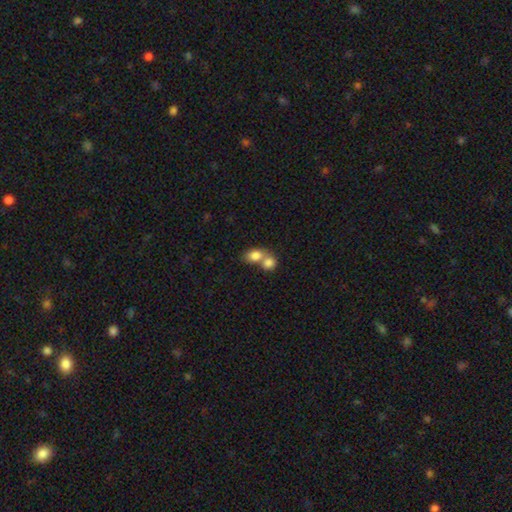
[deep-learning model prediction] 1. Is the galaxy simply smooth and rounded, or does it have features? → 81% smooth, 11% featured or disk, 8% star or artifact.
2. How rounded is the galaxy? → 63% in between, 35% round, 2% cigar-shaped.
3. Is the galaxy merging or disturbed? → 66% merger, 25% none, 6% minor disturbance, 3% major disturbance.